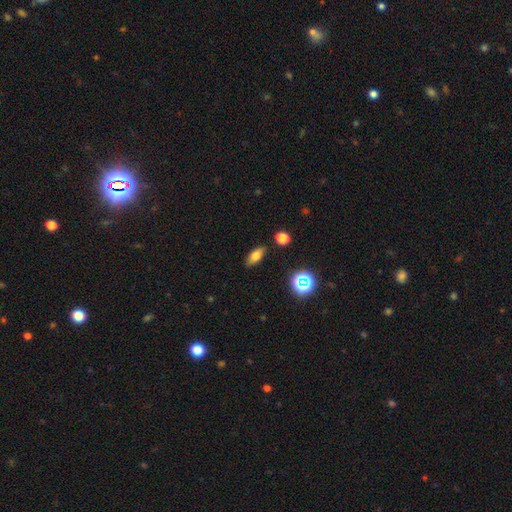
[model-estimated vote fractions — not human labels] Overall: smooth (69%). How rounded: in between (75%). Merging: none (87%).